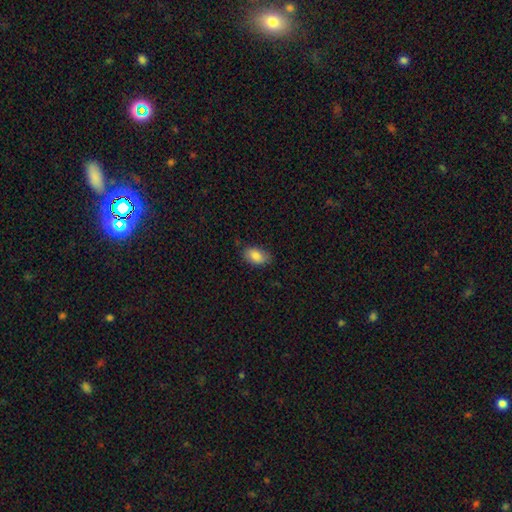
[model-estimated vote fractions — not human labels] Smooth or featured?
  - smooth: 85% *
  - featured or disk: 8%
  - star or artifact: 7%
How rounded?
  - in between: 91% *
  - round: 7%
  - cigar-shaped: 2%
Merging?
  - none: 77% *
  - minor disturbance: 18%
  - major disturbance: 3%
  - merger: 1%